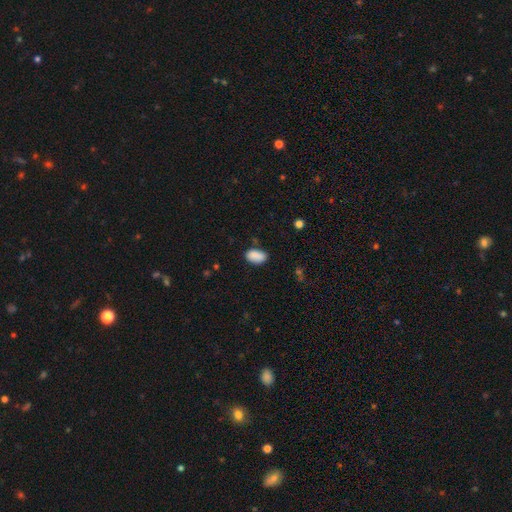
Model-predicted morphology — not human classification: The model was most divided on "merging": none: 74%, minor disturbance: 19%, major disturbance: 4%, merger: 3%. More confident: how rounded — in between (92%); smooth or featured — smooth (87%).